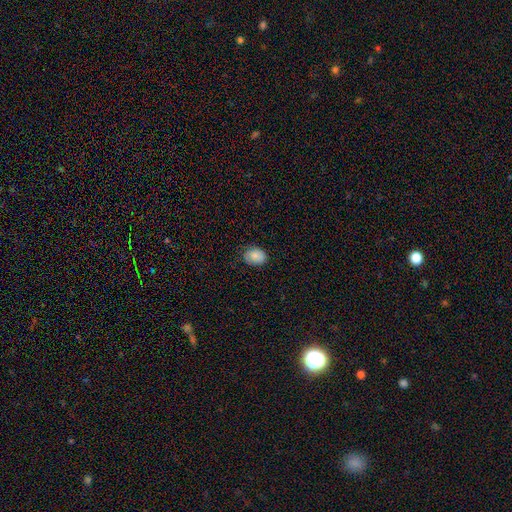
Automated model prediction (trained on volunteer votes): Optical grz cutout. It shows a smooth galaxy with no disk features (85%) that is in between round and cigar-shaped (63%). Merging: none (76%).